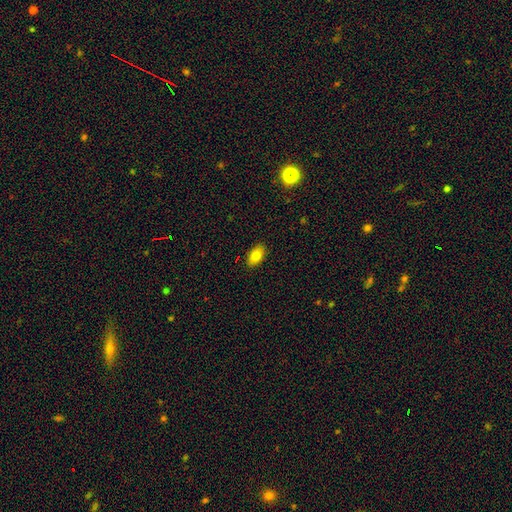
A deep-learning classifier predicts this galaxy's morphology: Smooth or featured?
  - smooth: 80% *
  - featured or disk: 11%
  - star or artifact: 9%
How rounded?
  - in between: 91% *
  - round: 5%
  - cigar-shaped: 3%
Merging?
  - none: 88% *
  - minor disturbance: 9%
  - major disturbance: 2%
  - merger: 1%